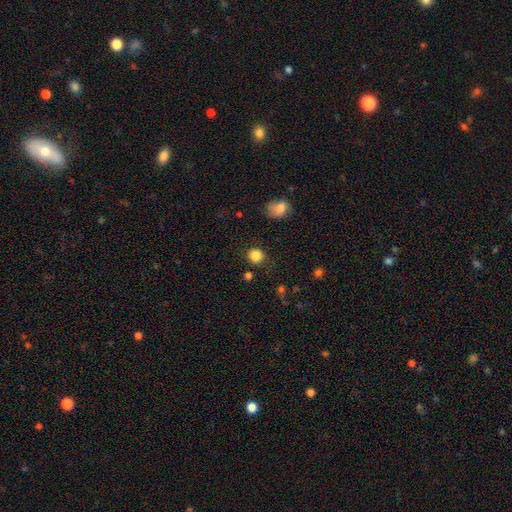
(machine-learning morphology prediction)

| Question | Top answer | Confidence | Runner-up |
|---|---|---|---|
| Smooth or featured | smooth | 86% | star or artifact (10%) |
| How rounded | round | 86% | in between (13%) |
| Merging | none | 80% | minor disturbance (12%) |